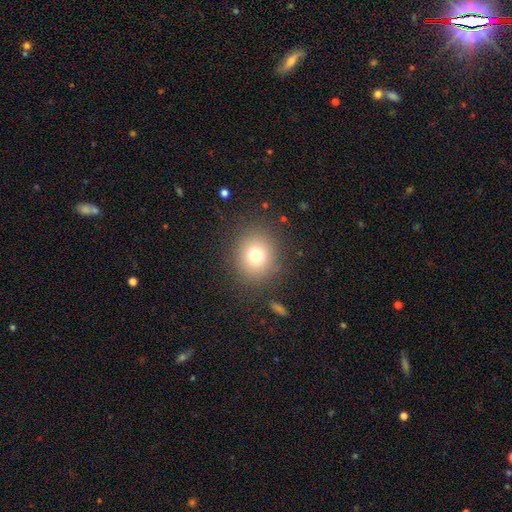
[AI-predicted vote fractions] Smooth or featured? Predicted: smooth (p=0.74). How rounded? Predicted: round (p=0.80). Merging? Predicted: none (p=0.85).